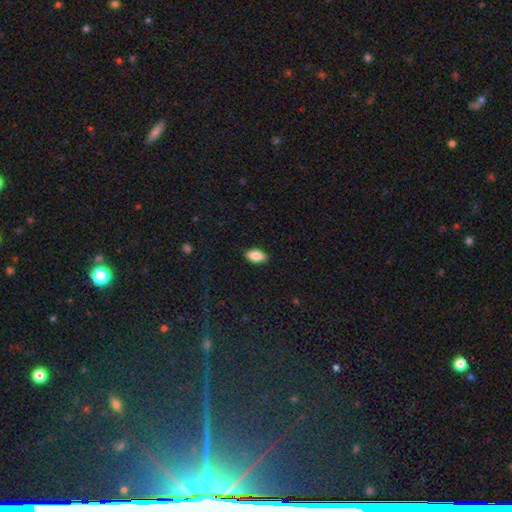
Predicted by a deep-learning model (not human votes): Smooth or featured: smooth — 85% (featured or disk — 8%)
How rounded: in between — 91% (round — 5%)
Merging: none — 88% (minor disturbance — 9%)